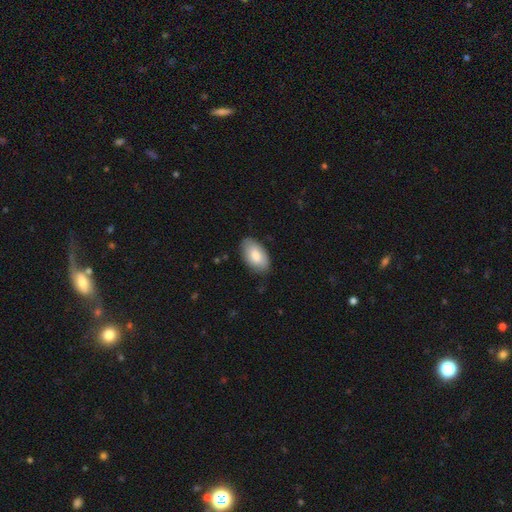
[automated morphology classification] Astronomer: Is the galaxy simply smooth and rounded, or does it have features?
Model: smooth — 82%.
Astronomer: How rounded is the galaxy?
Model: in between — 95%.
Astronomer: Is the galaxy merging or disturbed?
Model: none — 80%.